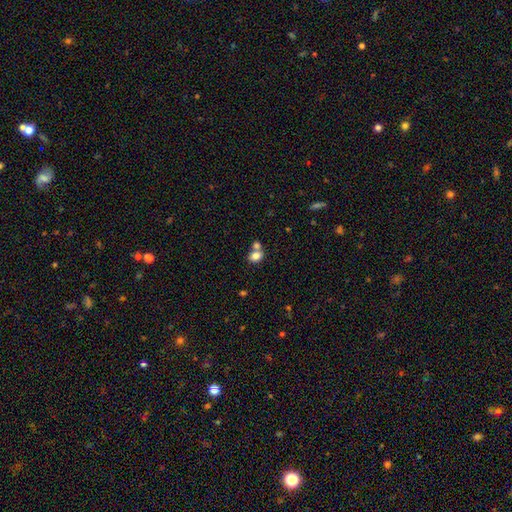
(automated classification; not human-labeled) Overall: smooth (80%). How rounded: in between (59%; round 40%). Merging: merger (45%; none 42%).